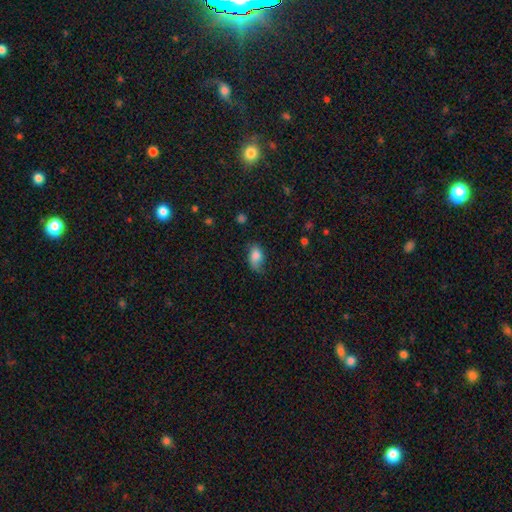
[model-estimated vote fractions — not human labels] This appears to be a smooth galaxy with no disk features (77%) that is in between round and cigar-shaped (87%). Merging: none (50%).